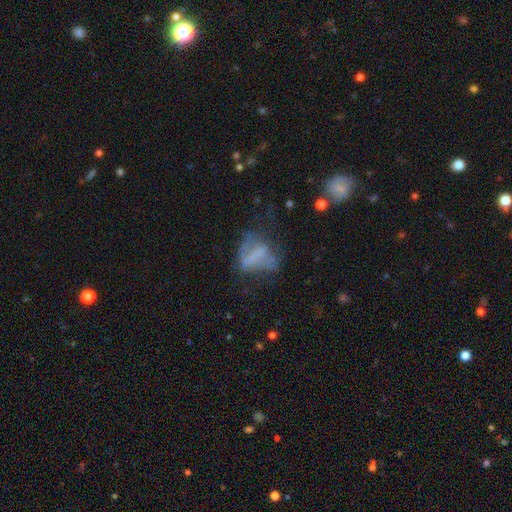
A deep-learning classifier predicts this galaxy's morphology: smooth_or_featured: featured or disk (p=0.43) [alt: smooth p=0.41]
merging: major disturbance (p=0.38) [alt: none p=0.33]